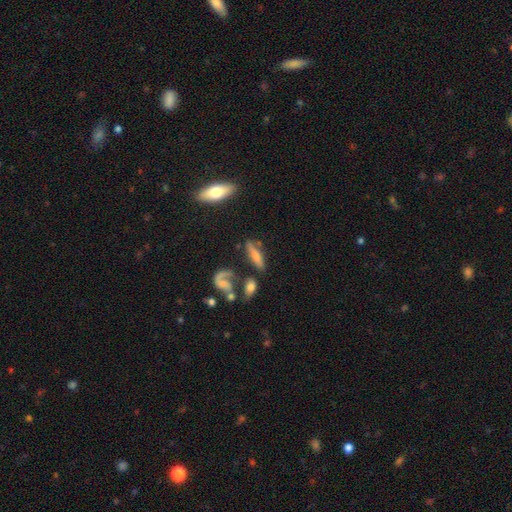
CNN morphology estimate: smooth_or_featured: smooth (p=0.49) [alt: featured or disk p=0.42]
merging: none (p=0.59) [alt: minor disturbance p=0.18]